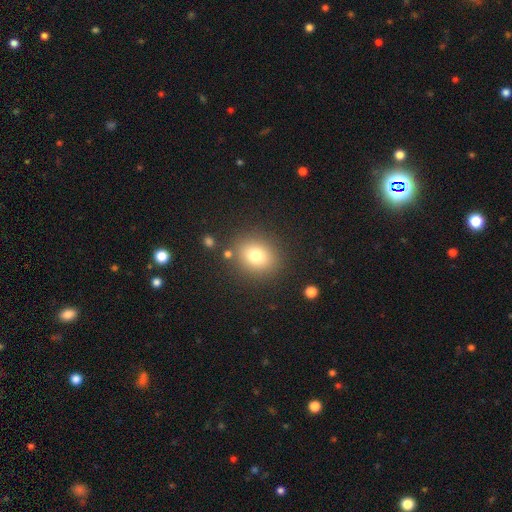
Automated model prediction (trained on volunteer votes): Q: Smooth or featured?
A: smooth (76%); runner-up: star or artifact (14%)
Q: How rounded?
A: round (73%); runner-up: in between (26%)
Q: Merging?
A: none (85%); runner-up: minor disturbance (8%)